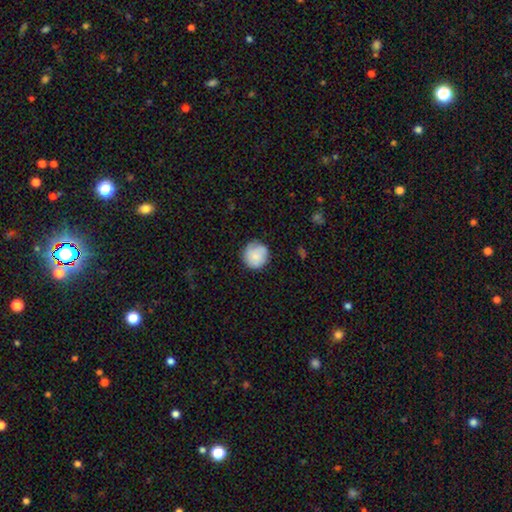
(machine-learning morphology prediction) Q: Smooth or featured?
A: smooth (80%); runner-up: featured or disk (13%)
Q: How rounded?
A: round (93%); runner-up: in between (6%)
Q: Merging?
A: none (80%); runner-up: minor disturbance (15%)